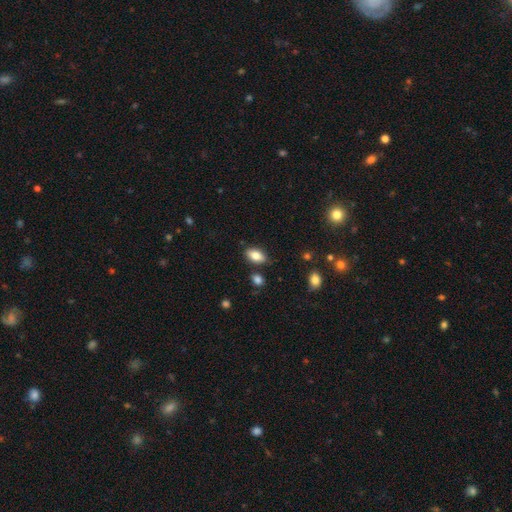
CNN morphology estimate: Smooth or featured? Predicted: smooth (p=0.82). How rounded? Predicted: in between (p=0.91). Merging? Predicted: none (p=0.81).